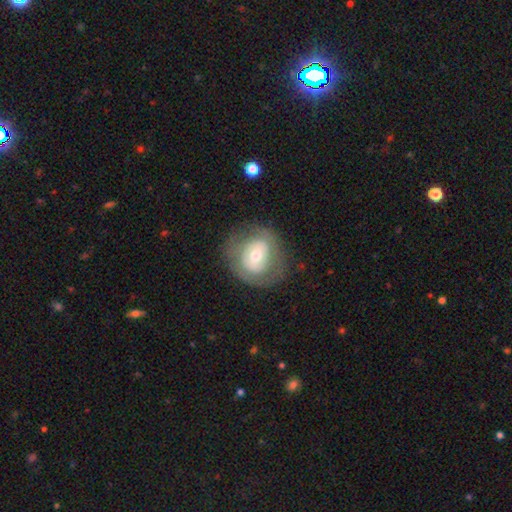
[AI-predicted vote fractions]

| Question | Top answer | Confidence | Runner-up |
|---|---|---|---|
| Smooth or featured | featured or disk | 51% | smooth (43%) |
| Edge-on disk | no | 95% | yes (5%) |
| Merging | none | 75% | minor disturbance (15%) |